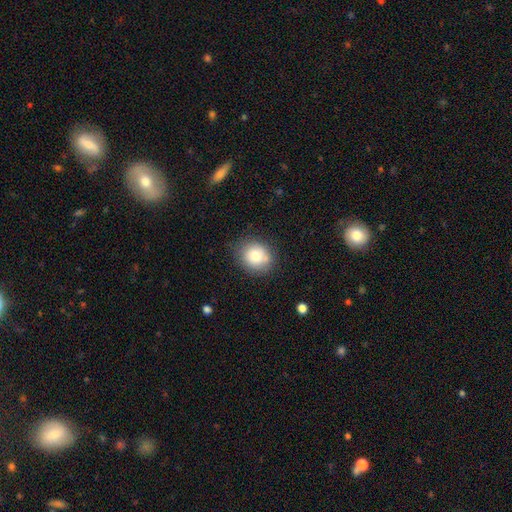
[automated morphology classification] smooth_or_featured: smooth (p=0.79) [alt: featured or disk p=0.12]
how_rounded: round (p=0.73) [alt: in between p=0.26]
merging: none (p=0.77) [alt: minor disturbance p=0.16]